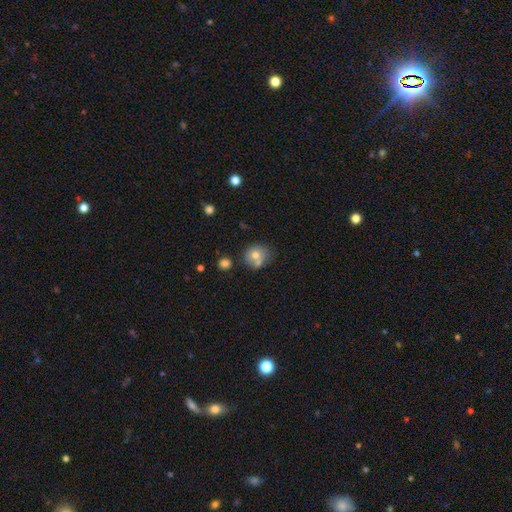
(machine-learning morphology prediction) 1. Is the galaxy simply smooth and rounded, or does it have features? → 69% smooth, 22% featured or disk, 10% star or artifact.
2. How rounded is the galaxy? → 77% round, 22% in between, 1% cigar-shaped.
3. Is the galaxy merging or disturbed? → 48% none, 33% merger, 14% minor disturbance, 5% major disturbance.